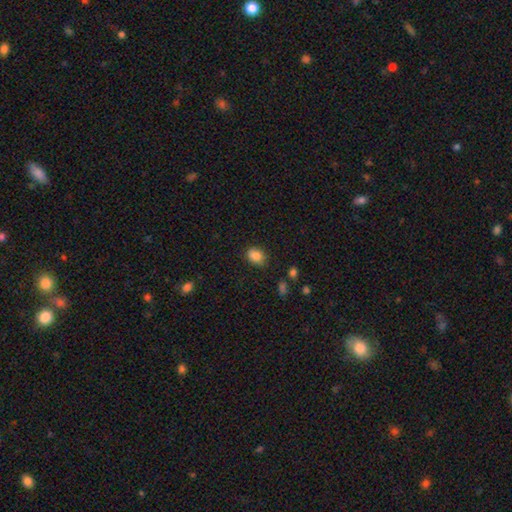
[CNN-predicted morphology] Smooth or featured: smooth — 86% (star or artifact — 9%)
How rounded: in between — 65% (round — 34%)
Merging: none — 78% (minor disturbance — 17%)